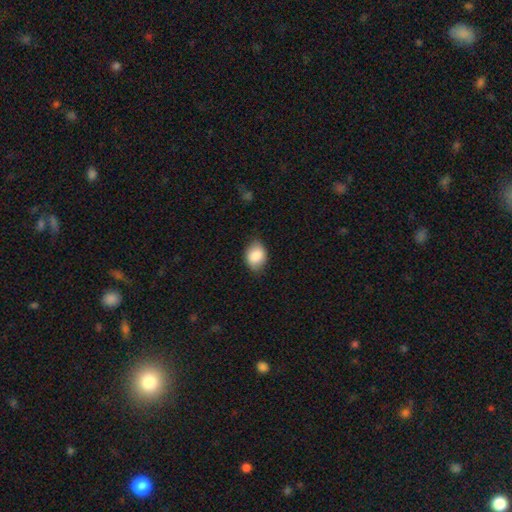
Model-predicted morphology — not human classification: Q: Smooth or featured?
A: smooth (85%); runner-up: featured or disk (8%)
Q: How rounded?
A: in between (74%); runner-up: round (25%)
Q: Merging?
A: none (78%); runner-up: minor disturbance (18%)